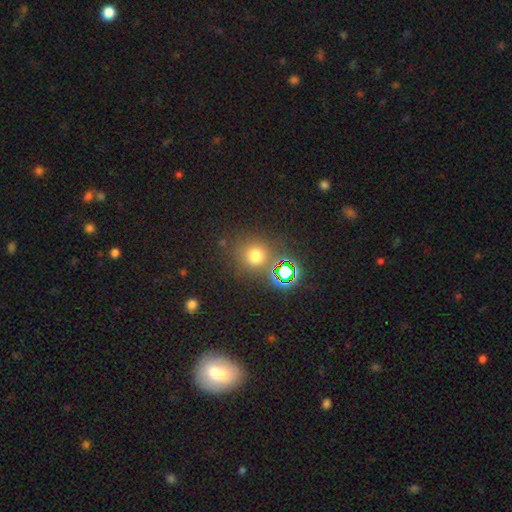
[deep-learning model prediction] This appears to be a smooth galaxy with no disk features (65%) that is round (89%). Merging: none (78%).